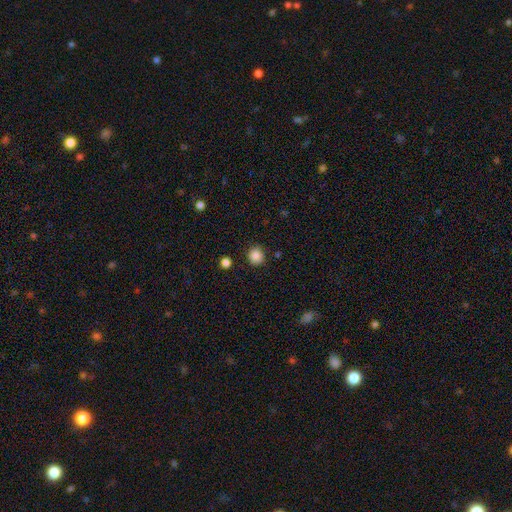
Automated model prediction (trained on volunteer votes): Overall: smooth (87%). How rounded: round (90%). Merging: none (88%).